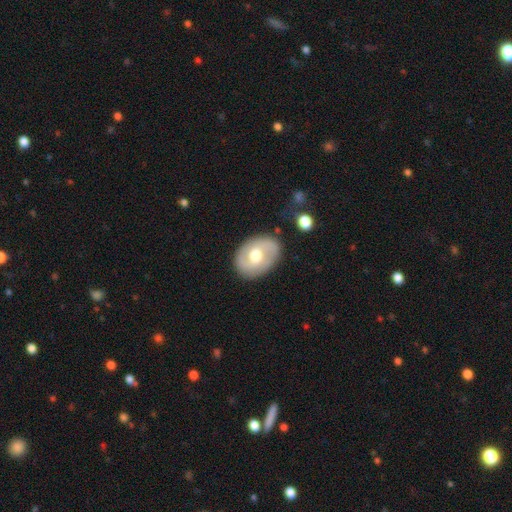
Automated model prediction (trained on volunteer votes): featured or disk 55%, smooth 39%, star or artifact 6%. Down the decision tree: edge-on disk — no (95%); bar — no (53%); spiral arms — yes (61%); bulge size — moderate (75%); merging — none (80%).